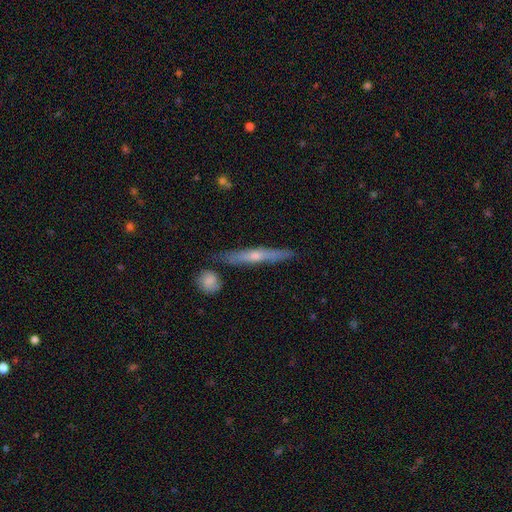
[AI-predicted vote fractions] smooth-or-featured: featured or disk: 60% | smooth: 33% | star or artifact: 6%
  disk-edge-on: yes: 94% | no: 6%
    edge-on-bulge: rounded: 66% | none: 29% | boxy: 4%
  merging: none: 83% | minor disturbance: 10% | merger: 4% | major disturbance: 2%